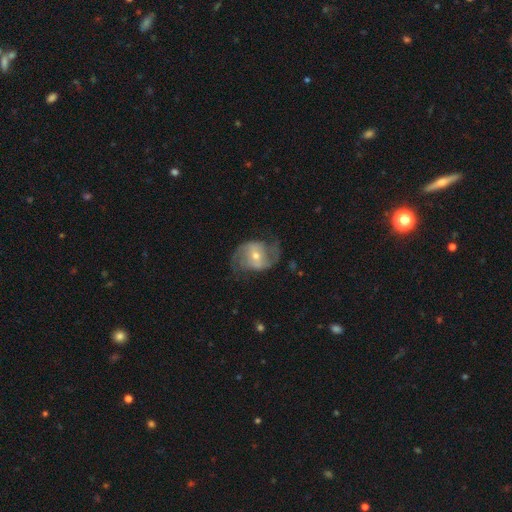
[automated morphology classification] Smooth or featured?
  - featured or disk: 76% *
  - smooth: 17%
  - star or artifact: 6%
Edge-on disk?
  - no: 97% *
  - yes: 3%
Bar?
  - no: 42% *
  - weak: 39%
  - strong: 19%
Spiral arms?
  - yes: 88% *
  - no: 12%
Spiral winding?
  - medium: 44% *
  - loose: 43%
  - tight: 14%
Spiral arm count?
  - 2: 89% *
  - can't tell: 6%
  - 1: 2%
  - 3: 1%
  - 4: 1%
  - more than 4: 1%
Bulge size?
  - moderate: 54% *
  - small: 40%
  - large: 3%
  - none: 1%
  - dominant: 1%
Merging?
  - none: 64% *
  - minor disturbance: 20%
  - major disturbance: 14%
  - merger: 1%